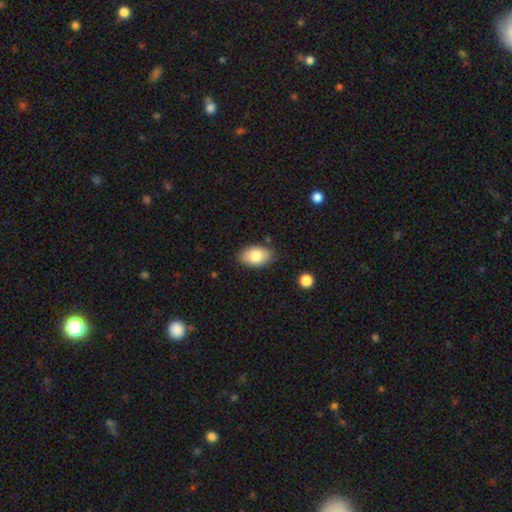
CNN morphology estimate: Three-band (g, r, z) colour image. It shows a smooth galaxy with no disk features (81%) that is in between round and cigar-shaped (91%). Merging: none (82%).